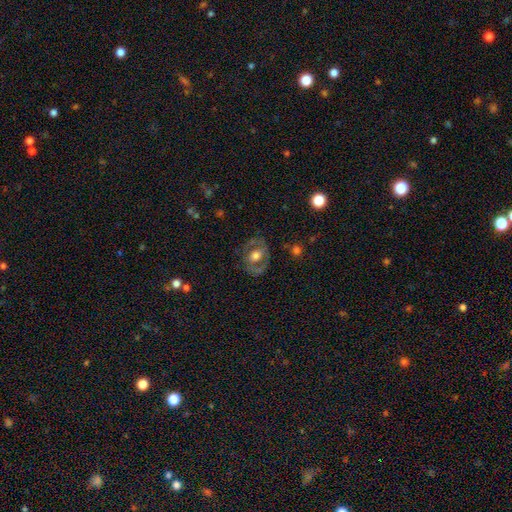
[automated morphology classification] Smooth or featured? Predicted: featured or disk (p=0.57). Edge-on disk? Predicted: no (p=0.94). Bar? Predicted: no (p=0.63). Spiral arms? Predicted: no (p=0.65). Bulge size? Predicted: moderate (p=0.59). Merging? Predicted: none (p=0.72).